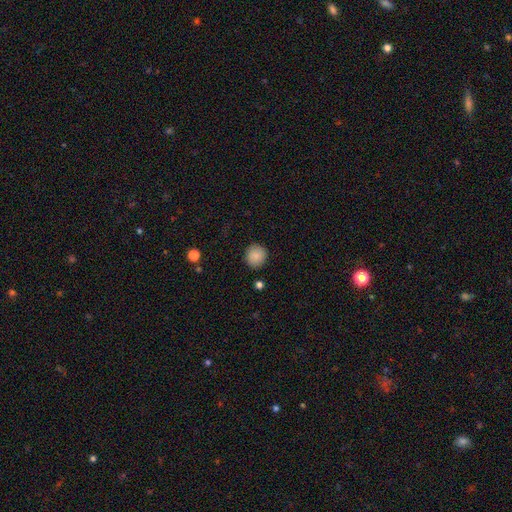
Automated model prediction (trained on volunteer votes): Q: Smooth or featured?
A: smooth (86%); runner-up: star or artifact (9%)
Q: How rounded?
A: round (89%); runner-up: in between (10%)
Q: Merging?
A: none (88%); runner-up: minor disturbance (8%)